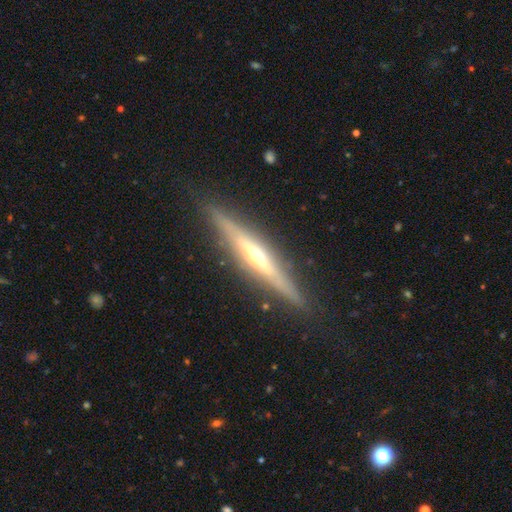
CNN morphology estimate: A featured or disk galaxy (79%) viewed edge-on (96%) with a rounded central bulge (73%). Merging: none (88%).